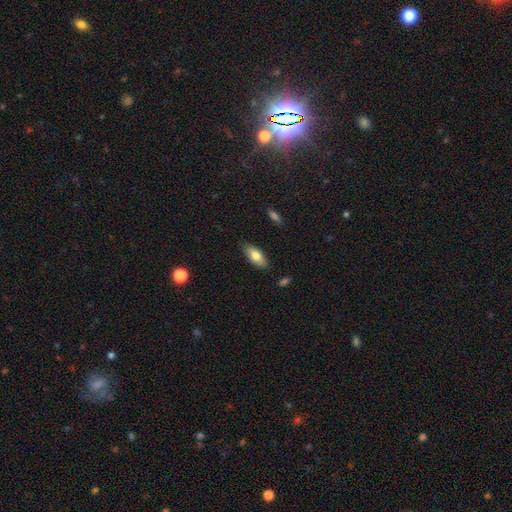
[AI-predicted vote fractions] smooth-or-featured: smooth: 77% | featured or disk: 16% | star or artifact: 7%
  how-rounded: in between: 82% | cigar-shaped: 16% | round: 2%
  merging: none: 85% | minor disturbance: 11% | major disturbance: 2% | merger: 1%